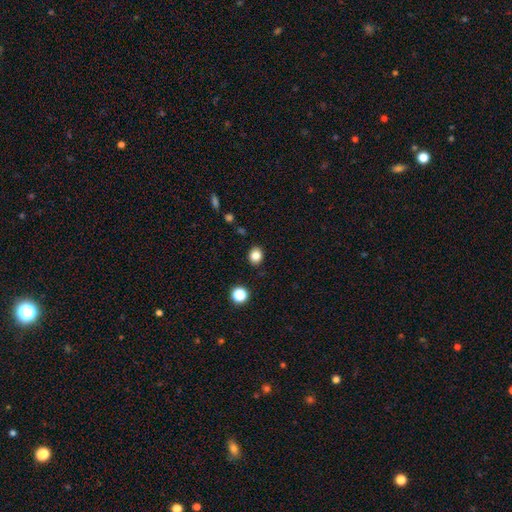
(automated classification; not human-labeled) smooth 84%, star or artifact 12%, featured or disk 5%. Down the decision tree: how rounded — round (67%); merging — none (89%).